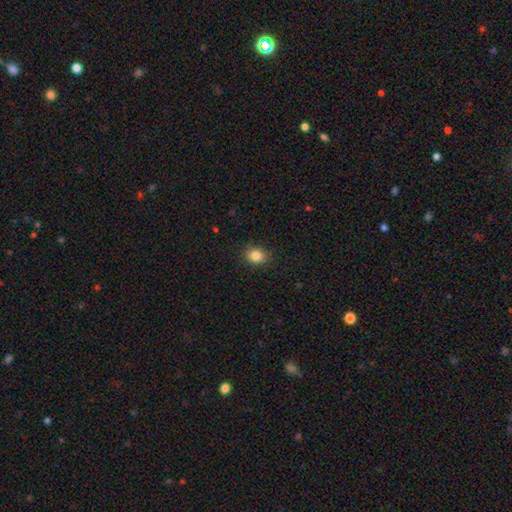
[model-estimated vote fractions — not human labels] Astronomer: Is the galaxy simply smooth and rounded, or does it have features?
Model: smooth — 85%.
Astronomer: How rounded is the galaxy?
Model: round — 57% (runner-up: in between, 42%).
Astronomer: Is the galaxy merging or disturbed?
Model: none — 88%.